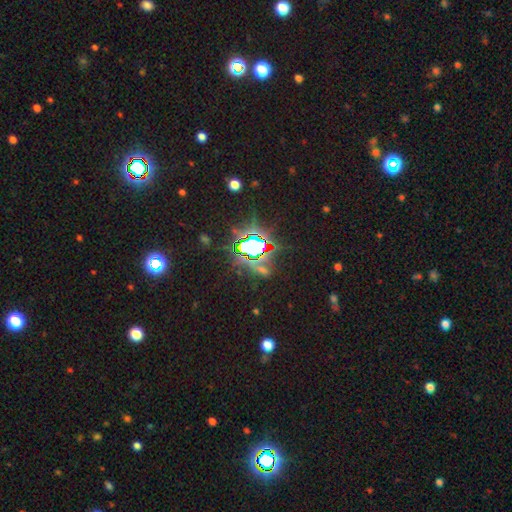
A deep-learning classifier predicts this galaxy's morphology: Smooth or featured? Predicted: star or artifact (p=0.80).